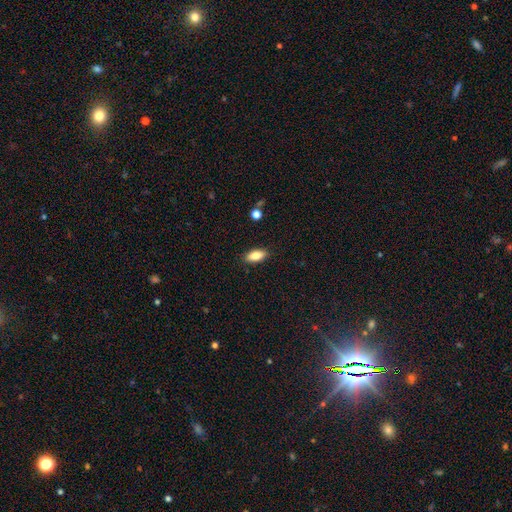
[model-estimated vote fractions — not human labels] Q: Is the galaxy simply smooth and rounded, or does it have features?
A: smooth — 81%.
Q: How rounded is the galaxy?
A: in between — 83%.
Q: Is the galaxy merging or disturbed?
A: none — 88%.